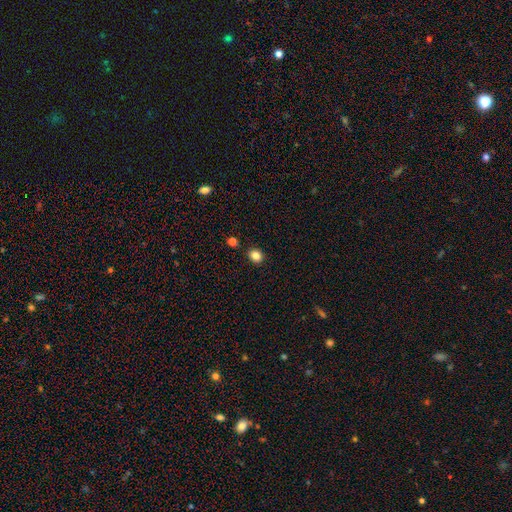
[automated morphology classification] smooth 84%, star or artifact 11%, featured or disk 5%. Down the decision tree: how rounded — round (58%); merging — none (87%).